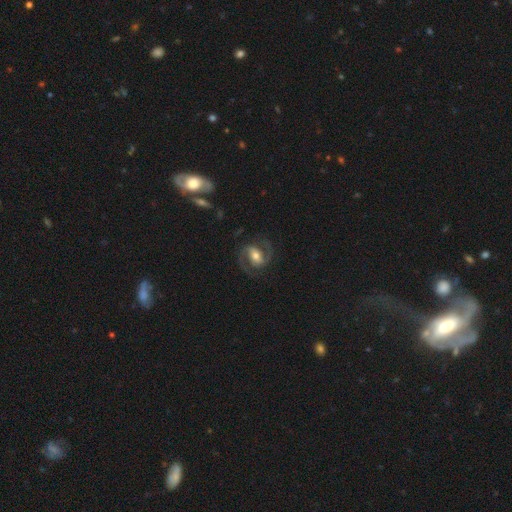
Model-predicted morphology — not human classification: A featured or disk galaxy (87%) with a weak bar (40%), 2 (93%) medium (60%) spiral arms (97%) and a moderate central bulge (64%). Merging: none (79%).